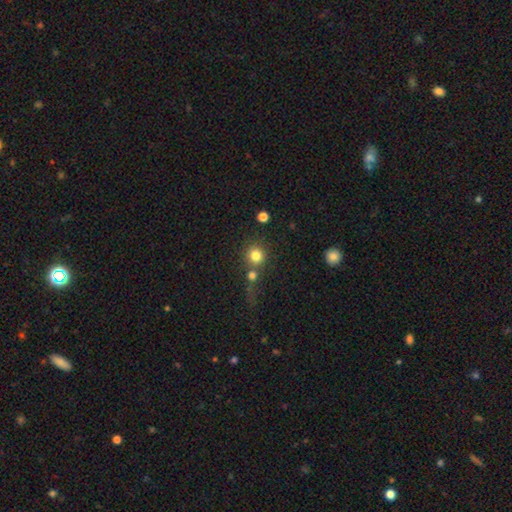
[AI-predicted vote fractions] A smooth galaxy with no disk features (80%) that is round (92%). Merging: none (63%).